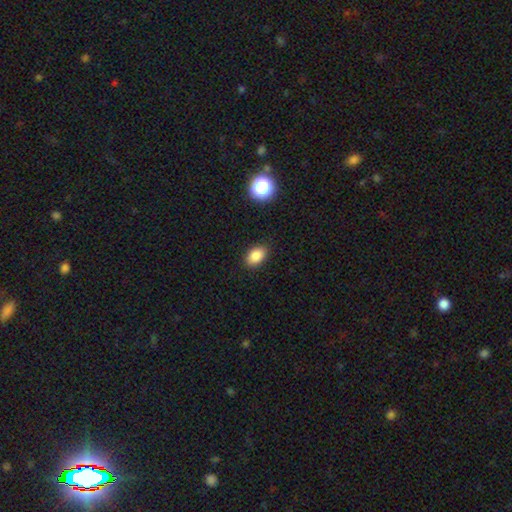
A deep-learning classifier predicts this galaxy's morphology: The model was most divided on "how rounded": in between: 86%, round: 12%, cigar-shaped: 1%. More confident: merging — none (87%); smooth or featured — smooth (85%).